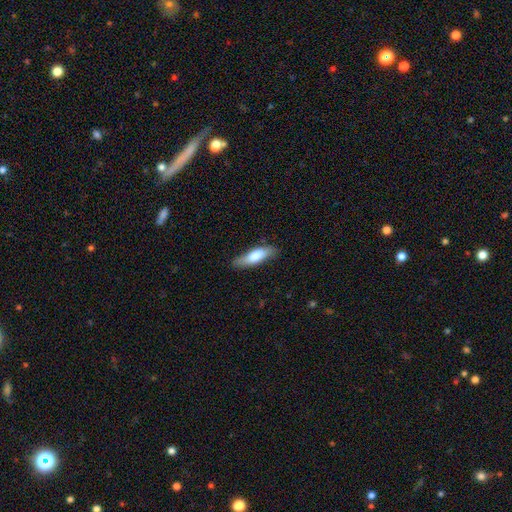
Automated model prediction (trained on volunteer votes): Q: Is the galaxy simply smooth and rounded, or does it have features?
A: smooth — 75%.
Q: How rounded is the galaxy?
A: cigar-shaped — 50%.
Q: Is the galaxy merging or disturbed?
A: none — 79%.